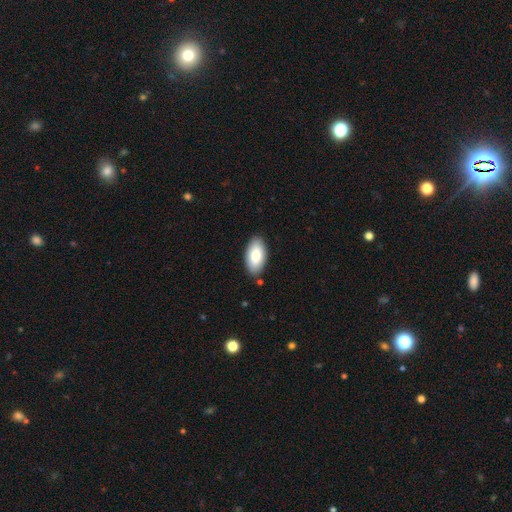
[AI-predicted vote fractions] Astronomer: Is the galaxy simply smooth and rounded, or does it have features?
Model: smooth — 83%.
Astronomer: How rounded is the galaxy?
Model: in between — 95%.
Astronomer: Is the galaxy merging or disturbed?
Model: none — 86%.